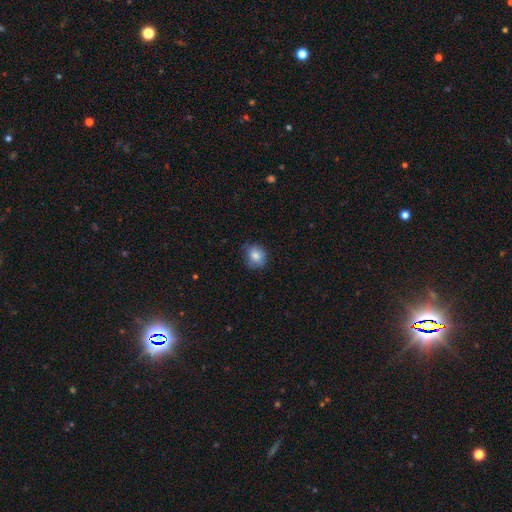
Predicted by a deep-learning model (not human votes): smooth 81%, featured or disk 11%, star or artifact 9%. Down the decision tree: how rounded — round (67%); merging — none (72%).